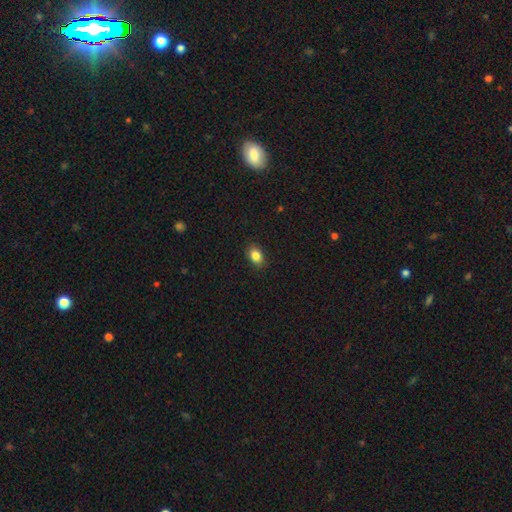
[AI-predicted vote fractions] Smooth or featured? smooth (85%)
How rounded? in between (78%)
Merging? none (88%)